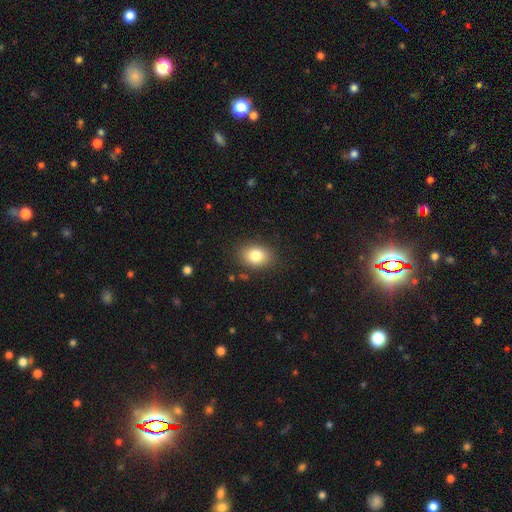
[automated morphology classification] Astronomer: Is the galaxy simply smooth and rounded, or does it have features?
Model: smooth — 82%.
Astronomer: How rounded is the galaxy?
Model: in between — 67%.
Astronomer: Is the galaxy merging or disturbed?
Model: none — 85%.